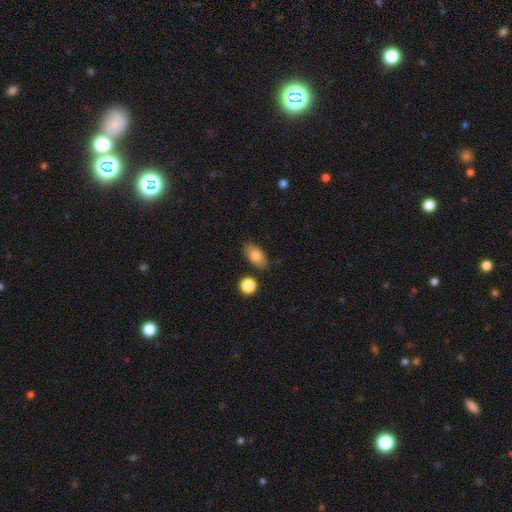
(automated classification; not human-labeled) Morphology: type=smooth (79%); roundness=in between (88%); merging=none (82%).